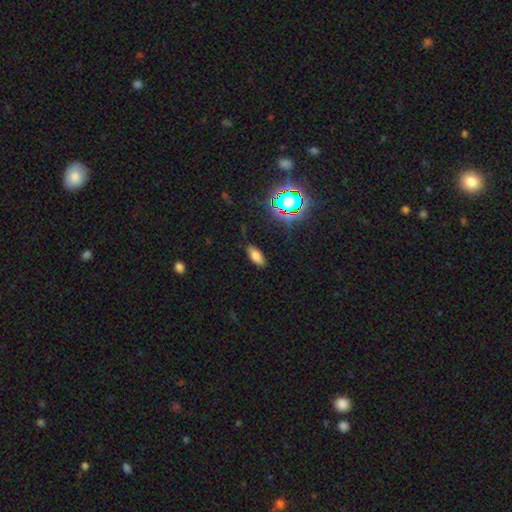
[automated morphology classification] Smooth or featured? smooth (72%)
How rounded? in between (87%)
Merging? none (81%)